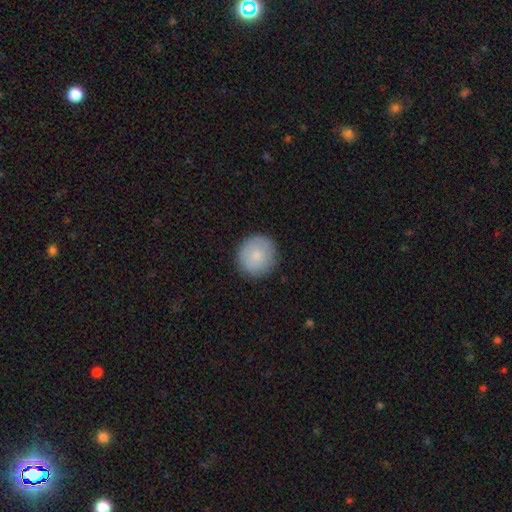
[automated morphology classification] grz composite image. It shows a smooth galaxy with no disk features (79%) that is round (91%). Merging: none (88%).